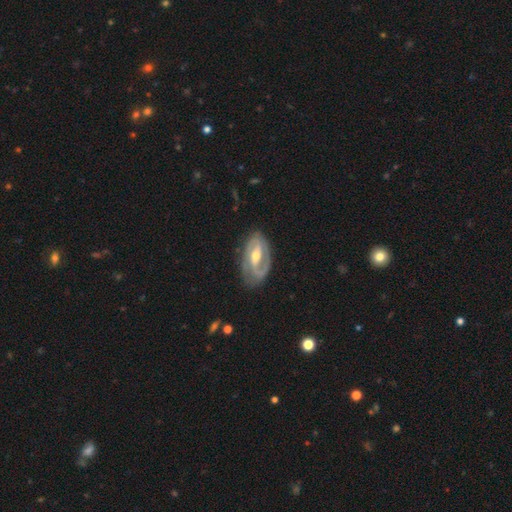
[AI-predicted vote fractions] The model was most divided on "bar": weak: 42%, strong: 34%, no: 24%. More confident: edge-on disk — no (95%); spiral arms — yes (88%); smooth or featured — featured or disk (84%); merging — none (73%); spiral arm count — 2 (66%); bulge size — moderate (64%); spiral winding — tight (51%).